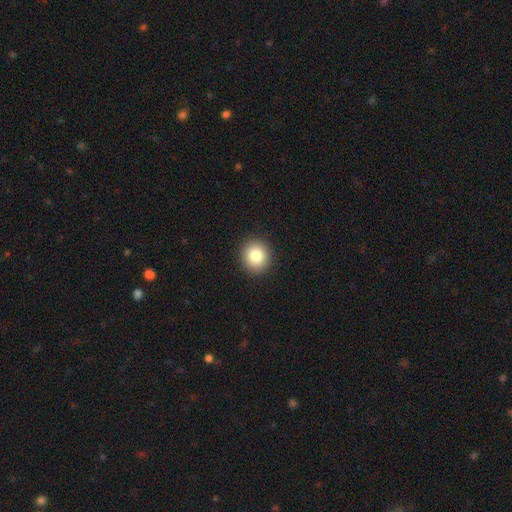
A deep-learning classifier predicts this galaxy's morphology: This appears to be a smooth galaxy with no disk features (83%) that is round (89%). Merging: none (92%).